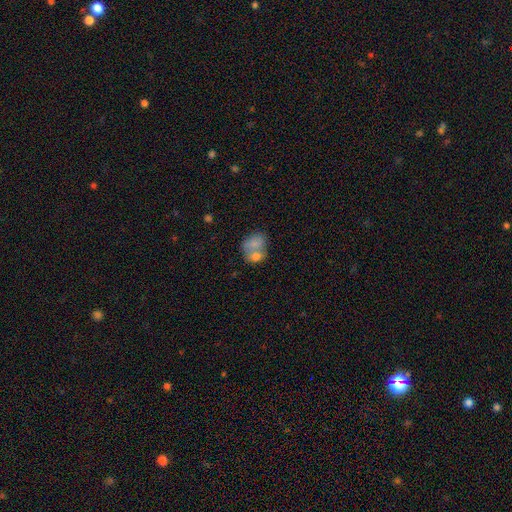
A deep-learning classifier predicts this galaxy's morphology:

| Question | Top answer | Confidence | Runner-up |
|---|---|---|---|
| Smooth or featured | smooth | 72% | featured or disk (20%) |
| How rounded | in between | 52% | round (47%) |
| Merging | merger | 56% | none (26%) |